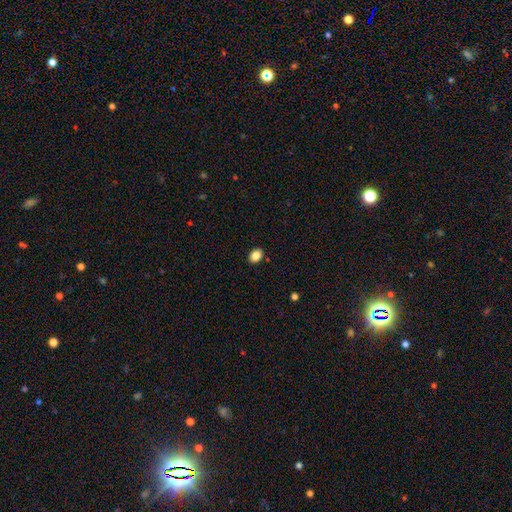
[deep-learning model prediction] Smooth or featured? Predicted: smooth (p=0.87). How rounded? Predicted: in between (p=0.70). Merging? Predicted: none (p=0.89).